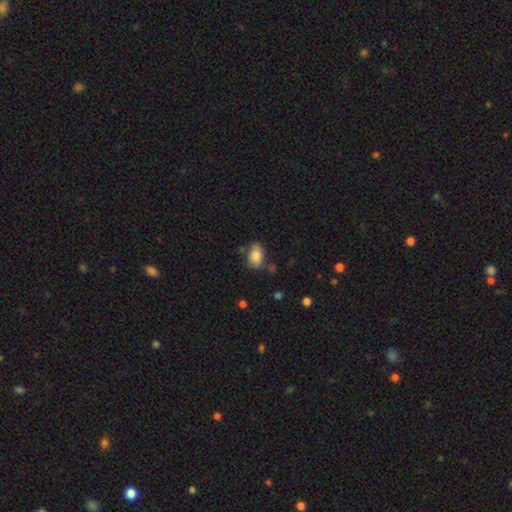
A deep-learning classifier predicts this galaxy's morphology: type=smooth (82%); roundness=in between (88%); merging=none (70%).